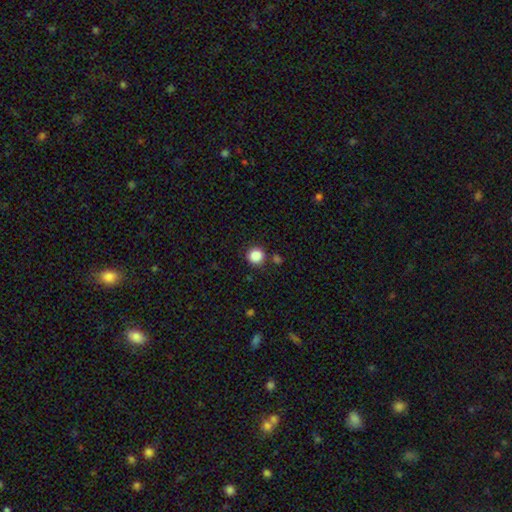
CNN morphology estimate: smooth-or-featured: smooth: 87% | star or artifact: 10% | featured or disk: 3%
  how-rounded: round: 94% | in between: 5% | cigar-shaped: 1%
  merging: none: 86% | minor disturbance: 7% | merger: 4% | major disturbance: 3%